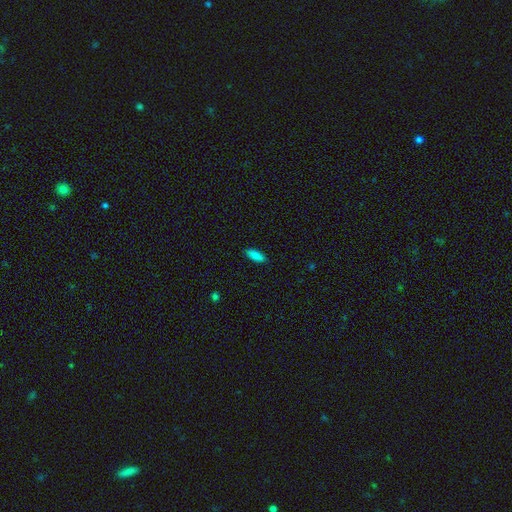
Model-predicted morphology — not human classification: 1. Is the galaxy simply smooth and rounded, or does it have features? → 87% smooth, 8% star or artifact, 5% featured or disk.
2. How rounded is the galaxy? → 71% in between, 27% cigar-shaped, 2% round.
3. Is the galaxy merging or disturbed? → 88% none, 9% minor disturbance, 2% major disturbance, 1% merger.